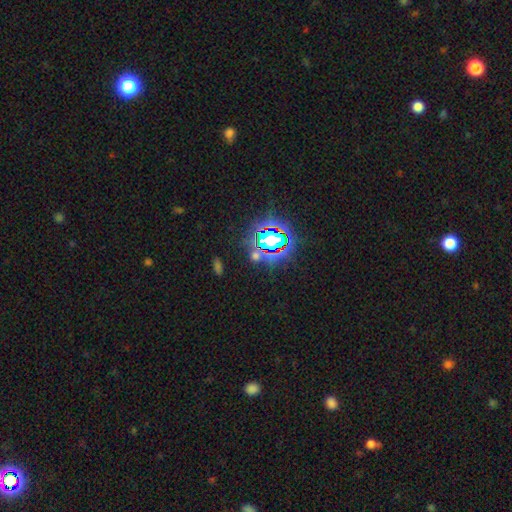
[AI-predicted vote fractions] smooth-or-featured: star or artifact: 71% | smooth: 19% | featured or disk: 10%